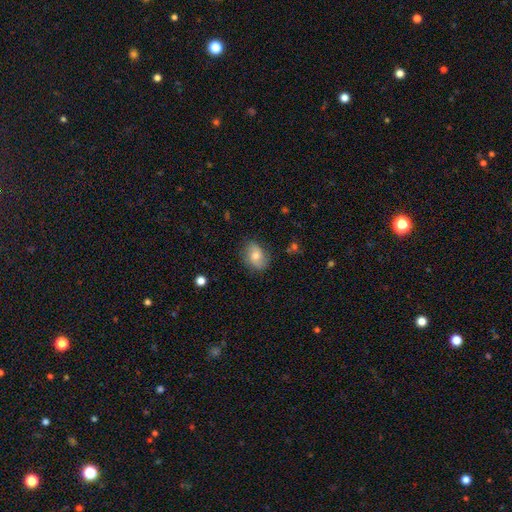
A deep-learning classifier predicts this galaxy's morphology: A smooth galaxy with no disk features (69%) that is in between round and cigar-shaped (70%). Merging: none (77%).